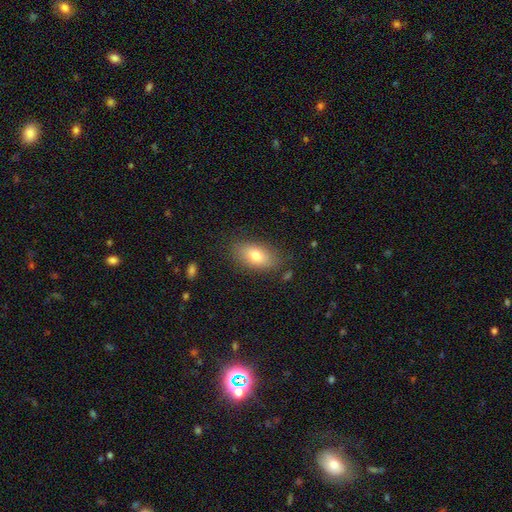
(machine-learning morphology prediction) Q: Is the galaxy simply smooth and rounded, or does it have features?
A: smooth — 76%.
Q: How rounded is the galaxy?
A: in between — 86%.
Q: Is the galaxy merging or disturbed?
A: none — 81%.